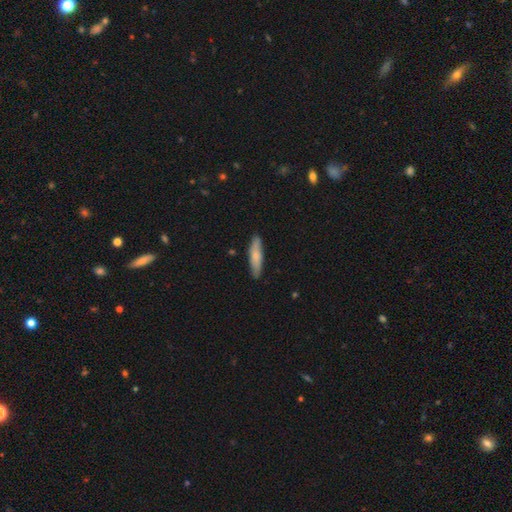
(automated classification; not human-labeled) A smooth galaxy with no disk features (74%) that is cigar-shaped (75%).

Vote fractions:
- Smooth or featured? smooth: 74% / featured or disk: 21% / star or artifact: 5%
- How rounded? cigar-shaped: 75% / in between: 23% / round: 2%
- Merging? none: 87% / minor disturbance: 10% / major disturbance: 2% / merger: 1%